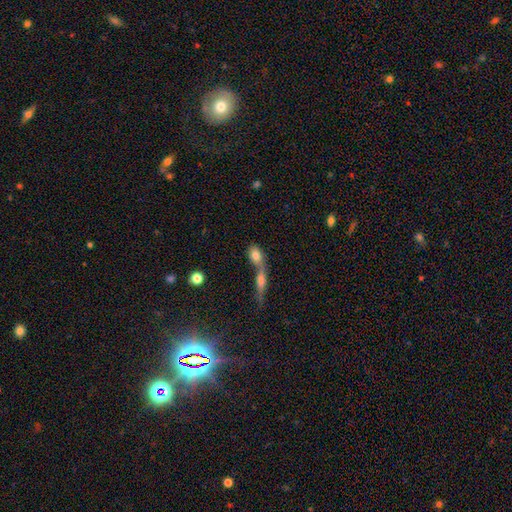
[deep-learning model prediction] smooth-or-featured: smooth: 76% | featured or disk: 15% | star or artifact: 9%
  how-rounded: in between: 77% | round: 15% | cigar-shaped: 8%
  merging: merger: 58% | none: 30% | minor disturbance: 8% | major disturbance: 4%